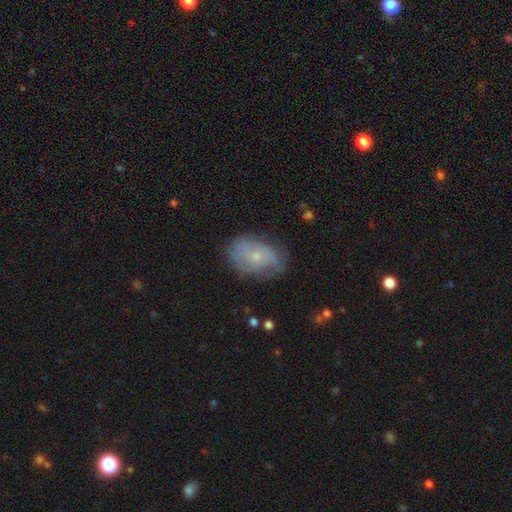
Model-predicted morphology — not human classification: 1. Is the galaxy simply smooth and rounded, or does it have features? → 47% smooth, 44% featured or disk, 9% star or artifact.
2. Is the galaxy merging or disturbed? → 67% none, 24% minor disturbance, 8% major disturbance, 1% merger.